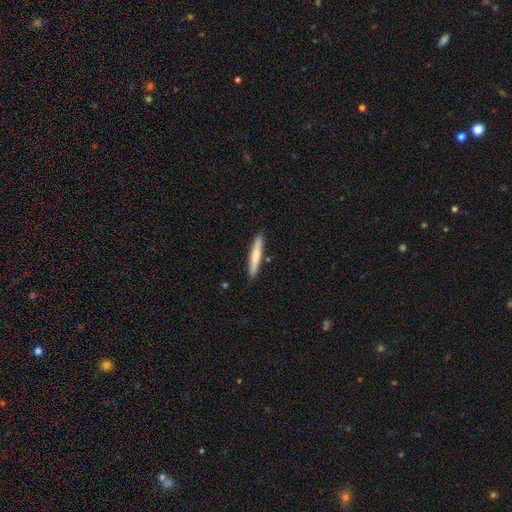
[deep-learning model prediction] Morphology: type=smooth (70%); roundness=cigar-shaped (94%); merging=none (88%).